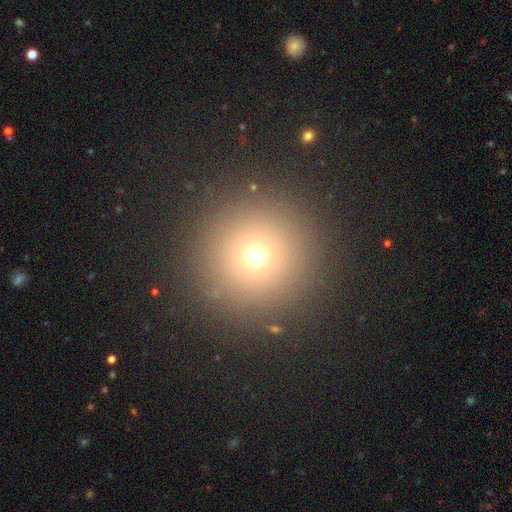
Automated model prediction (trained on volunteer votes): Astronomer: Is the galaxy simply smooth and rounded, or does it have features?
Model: smooth — 69%.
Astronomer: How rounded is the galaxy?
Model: round — 96%.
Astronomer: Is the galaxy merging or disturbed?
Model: none — 89%.